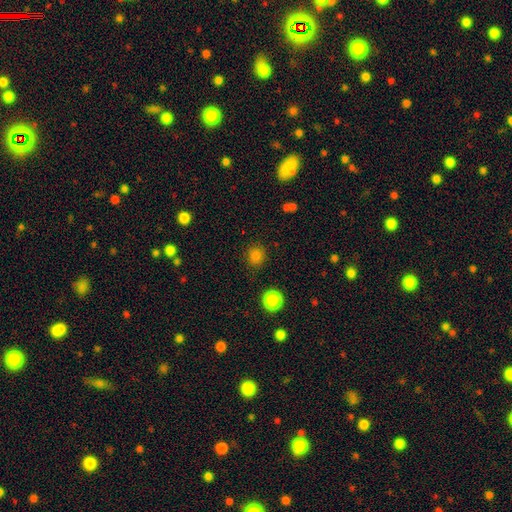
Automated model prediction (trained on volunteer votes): smooth_or_featured: smooth (p=0.81) [alt: star or artifact p=0.15]
how_rounded: round (p=0.87) [alt: in between p=0.12]
merging: none (p=0.86) [alt: minor disturbance p=0.09]